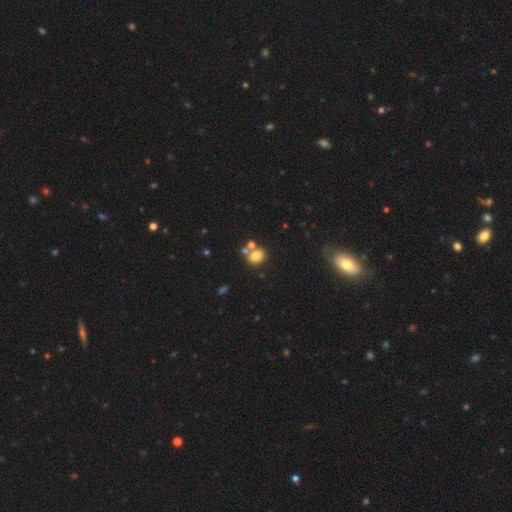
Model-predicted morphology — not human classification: Smooth or featured: smooth — 77% (star or artifact — 13%)
How rounded: round — 61% (in between — 38%)
Merging: none — 57% (merger — 26%)